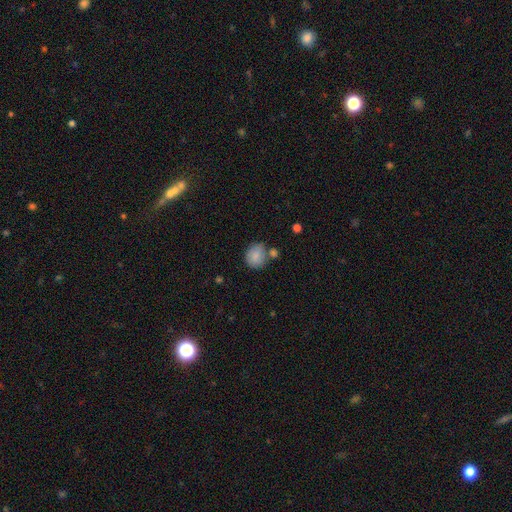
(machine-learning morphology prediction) A smooth galaxy with no disk features (85%) that is round (71%). Merging: none (61%).